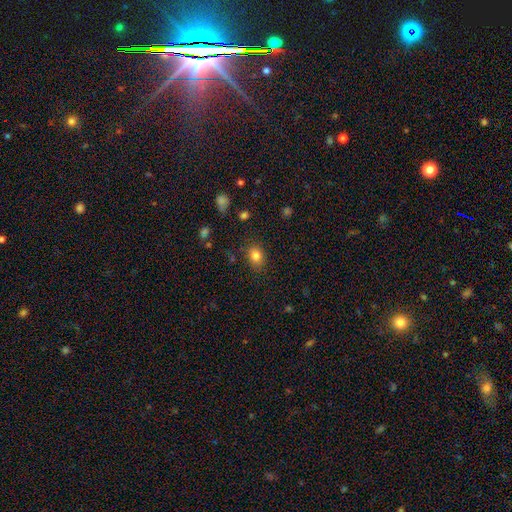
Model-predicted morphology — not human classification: A smooth galaxy with no disk features (82%) that is in between round and cigar-shaped (63%).

Vote fractions:
- Smooth or featured? smooth: 82% / star or artifact: 11% / featured or disk: 7%
- How rounded? in between: 63% / round: 36% / cigar-shaped: 1%
- Merging? none: 83% / minor disturbance: 12% / major disturbance: 3% / merger: 2%